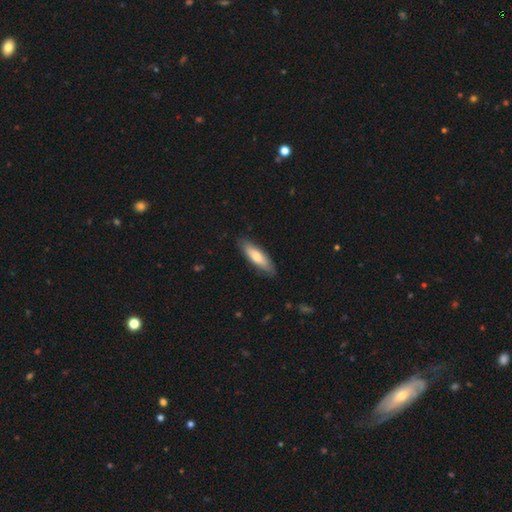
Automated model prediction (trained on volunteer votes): This appears to be a smooth galaxy with no disk features (70%) that is cigar-shaped (57%). Merging: none (84%).